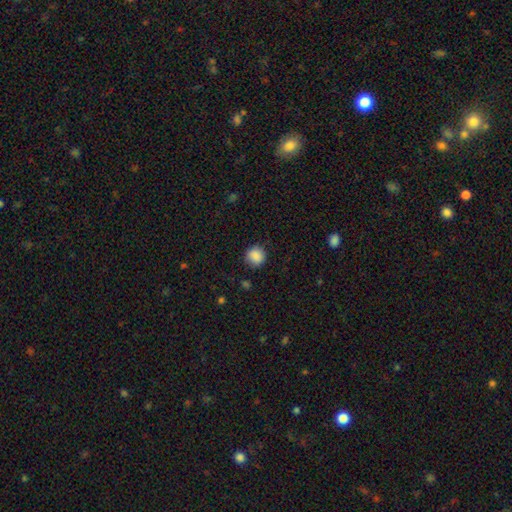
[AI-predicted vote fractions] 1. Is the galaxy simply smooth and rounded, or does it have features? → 87% smooth, 9% star or artifact, 4% featured or disk.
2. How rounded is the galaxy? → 88% round, 11% in between, 1% cigar-shaped.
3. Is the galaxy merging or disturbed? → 84% none, 11% minor disturbance, 3% major disturbance, 1% merger.